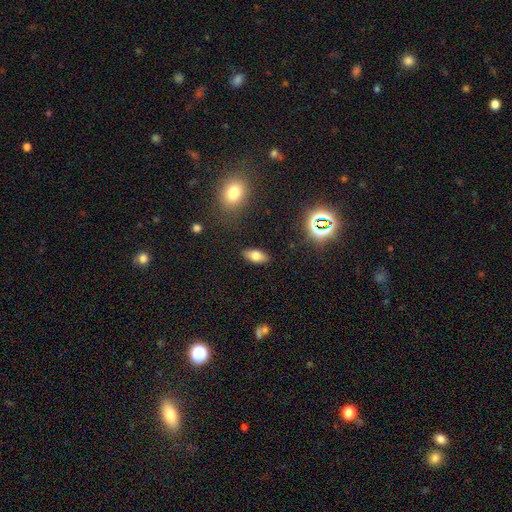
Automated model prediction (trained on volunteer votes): smooth_or_featured: smooth (p=0.72) [alt: featured or disk p=0.16]
how_rounded: in between (p=0.86) [alt: cigar-shaped p=0.10]
merging: none (p=0.86) [alt: minor disturbance p=0.09]